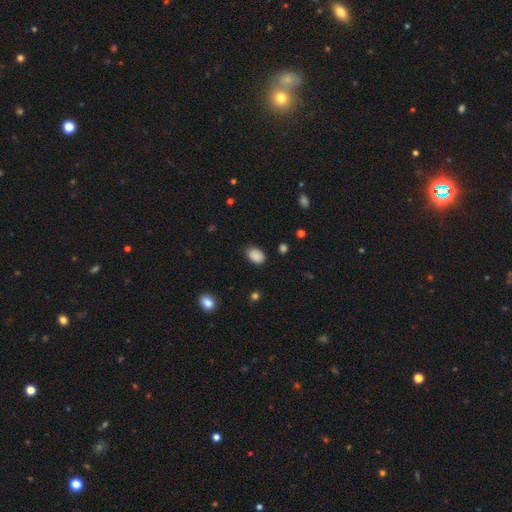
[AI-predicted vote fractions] This is clearly a smooth galaxy (88%). How rounded: likely in between (79%). Merging: clearly none (81%).